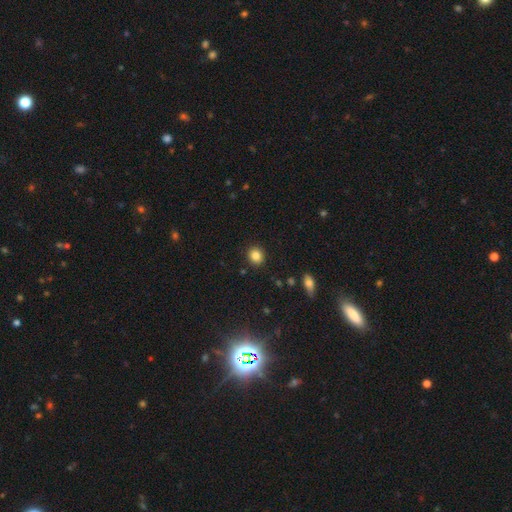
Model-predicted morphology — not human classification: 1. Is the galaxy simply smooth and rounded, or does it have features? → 84% smooth, 11% star or artifact, 5% featured or disk.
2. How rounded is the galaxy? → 83% round, 16% in between, 1% cigar-shaped.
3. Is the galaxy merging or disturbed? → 91% none, 6% minor disturbance, 2% major disturbance, 2% merger.